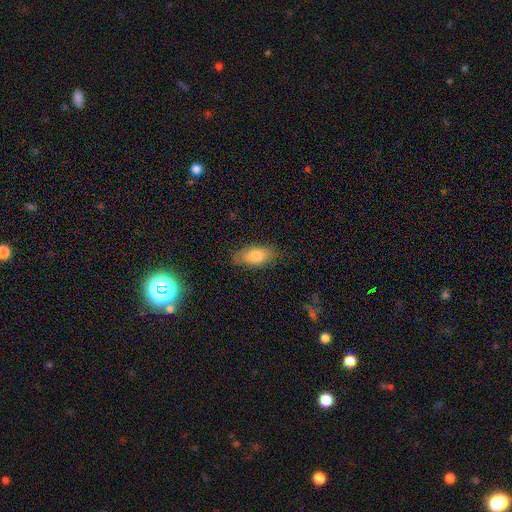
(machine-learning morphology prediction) Smooth or featured? Predicted: smooth (p=0.79). How rounded? Predicted: in between (p=0.86). Merging? Predicted: none (p=0.81).